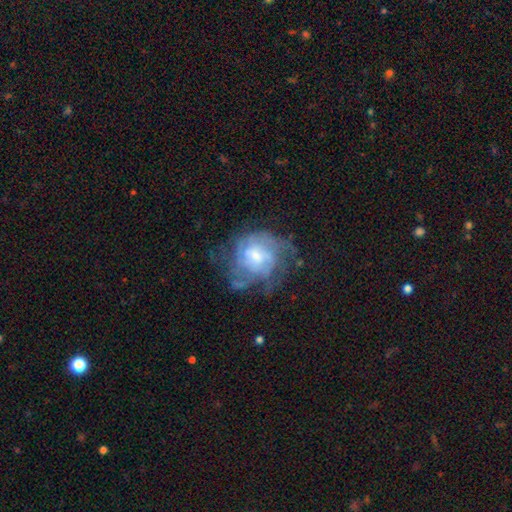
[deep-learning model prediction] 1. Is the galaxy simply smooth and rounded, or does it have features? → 71% featured or disk, 20% smooth, 9% star or artifact.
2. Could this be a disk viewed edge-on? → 97% no, 3% yes.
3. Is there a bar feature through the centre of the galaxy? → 56% no, 38% weak, 6% strong.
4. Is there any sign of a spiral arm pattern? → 78% yes, 22% no.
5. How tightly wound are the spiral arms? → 48% tight, 36% medium, 16% loose.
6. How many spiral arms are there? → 52% can't tell, 14% 3, 14% 2, 11% 4, 5% 1, 5% more than 4.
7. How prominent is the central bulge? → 44% moderate, 37% small, 10% large, 8% none, 1% dominant.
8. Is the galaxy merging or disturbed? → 52% none, 23% major disturbance, 22% minor disturbance, 2% merger.